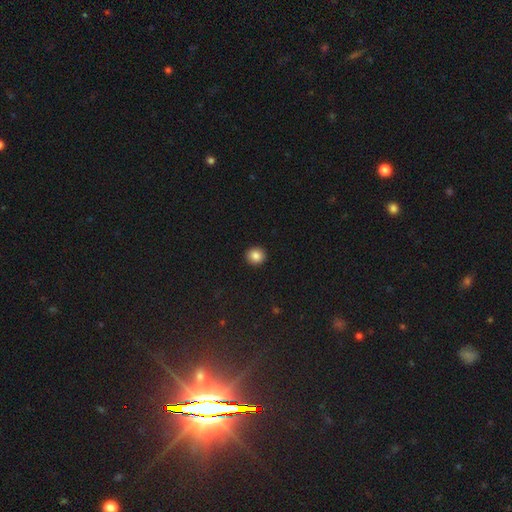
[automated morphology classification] Overall: smooth (86%). How rounded: round (90%). Merging: none (93%).